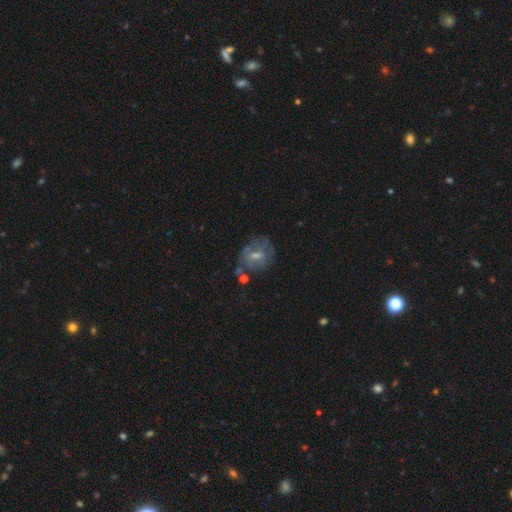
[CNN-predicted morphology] Q: Smooth or featured?
A: featured or disk (55%); runner-up: smooth (31%)
Q: Edge-on disk?
A: no (96%); runner-up: yes (4%)
Q: Bar?
A: no (52%); runner-up: weak (40%)
Q: Spiral arms?
A: yes (57%); runner-up: no (43%)
Q: Bulge size?
A: moderate (52%); runner-up: small (39%)
Q: Merging?
A: none (61%); runner-up: minor disturbance (20%)